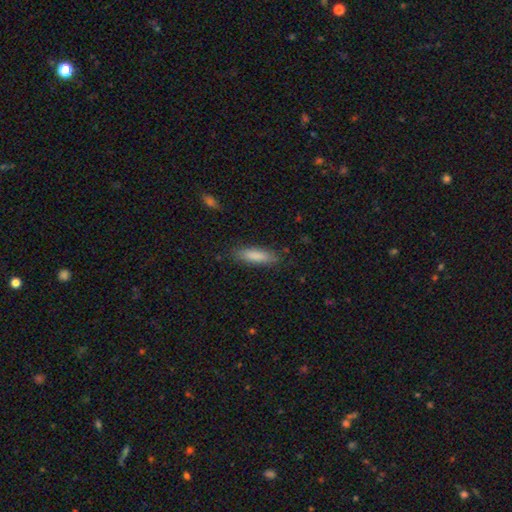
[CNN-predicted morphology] This is clearly a smooth galaxy (85%). How rounded: likely cigar-shaped (60%). Merging: clearly none (84%).